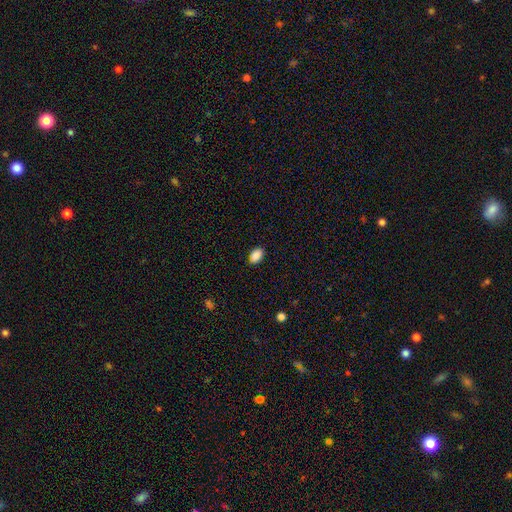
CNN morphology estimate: smooth-or-featured: smooth: 89% | star or artifact: 8% | featured or disk: 3%
  how-rounded: in between: 90% | round: 8% | cigar-shaped: 2%
  merging: none: 87% | minor disturbance: 10% | major disturbance: 2% | merger: 1%